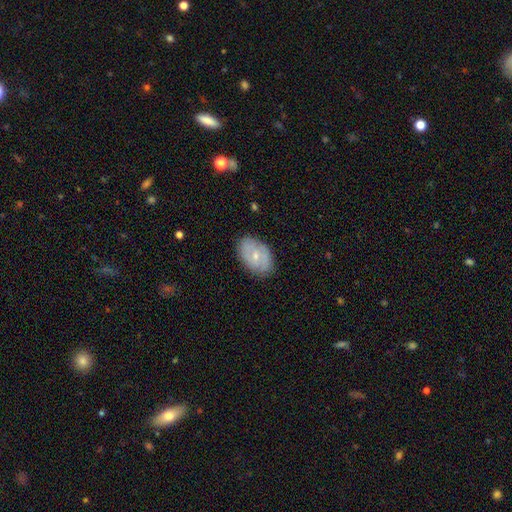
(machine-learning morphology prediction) Overall: featured or disk (47%; smooth 46%). Merging: none (81%).